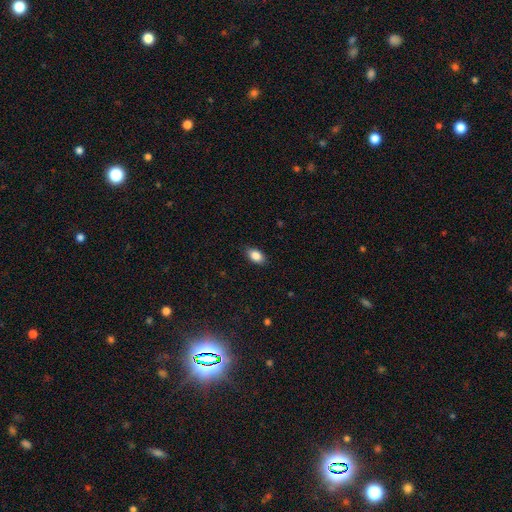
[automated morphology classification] This is clearly a smooth galaxy (86%). How rounded: clearly in between (89%). Merging: clearly none (84%).